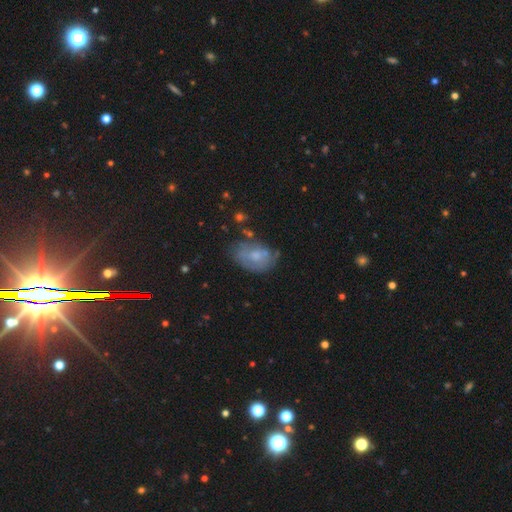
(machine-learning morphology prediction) A smooth galaxy with no disk features (55%) that is in between round and cigar-shaped (84%).

Vote fractions:
- Smooth or featured? smooth: 55% / featured or disk: 36% / star or artifact: 9%
- How rounded? in between: 84% / round: 15% / cigar-shaped: 1%
- Merging? none: 53% / minor disturbance: 30% / major disturbance: 12% / merger: 5%